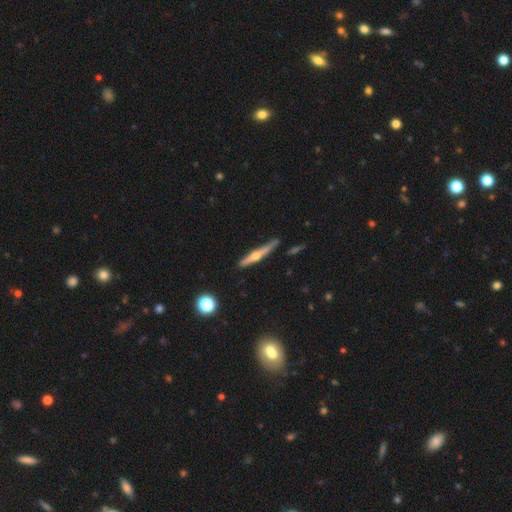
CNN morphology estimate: This is likely a featured or disk galaxy (64%). It is clearly viewed edge-on (96%). Edge-on bulge: clearly rounded (90%). Merging: likely none (80%).